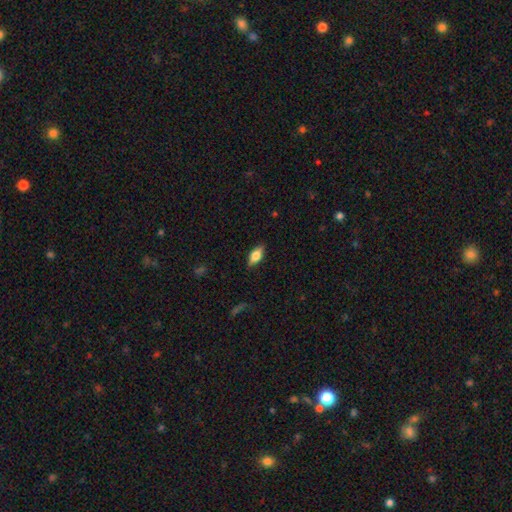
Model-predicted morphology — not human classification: This appears to be a smooth galaxy with no disk features (66%) that is in between round and cigar-shaped (82%). Merging: none (85%).